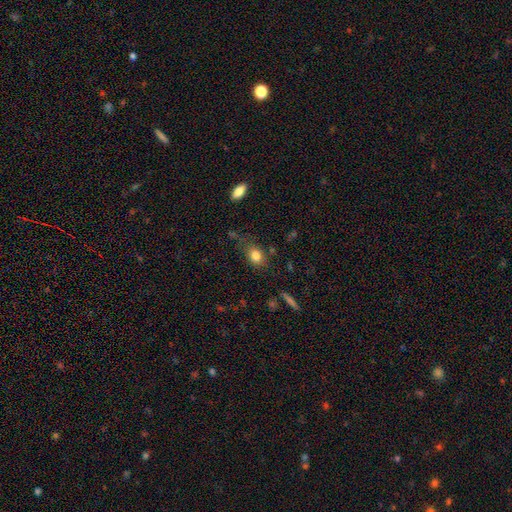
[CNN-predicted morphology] smooth-or-featured: smooth: 82% | star or artifact: 11% | featured or disk: 8%
  how-rounded: in between: 67% | round: 31% | cigar-shaped: 2%
  merging: none: 66% | minor disturbance: 22% | major disturbance: 8% | merger: 4%